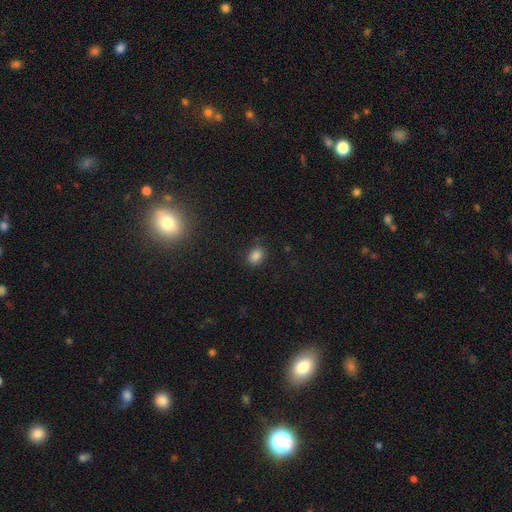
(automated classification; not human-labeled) Smooth or featured: smooth — 84% (star or artifact — 11%)
How rounded: in between — 62% (round — 37%)
Merging: none — 82% (minor disturbance — 13%)